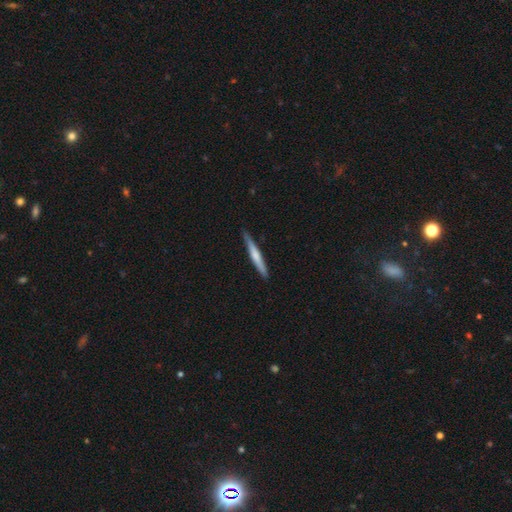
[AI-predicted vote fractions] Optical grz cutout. It shows a smooth galaxy with no disk features (54%) that is cigar-shaped (96%). Merging: none (87%).